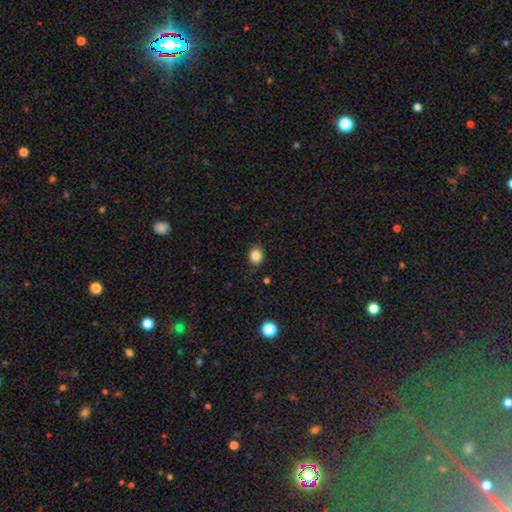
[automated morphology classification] The model was most divided on "how rounded": round: 69%, in between: 30%, cigar-shaped: 1%. More confident: merging — none (88%); smooth or featured — smooth (85%).